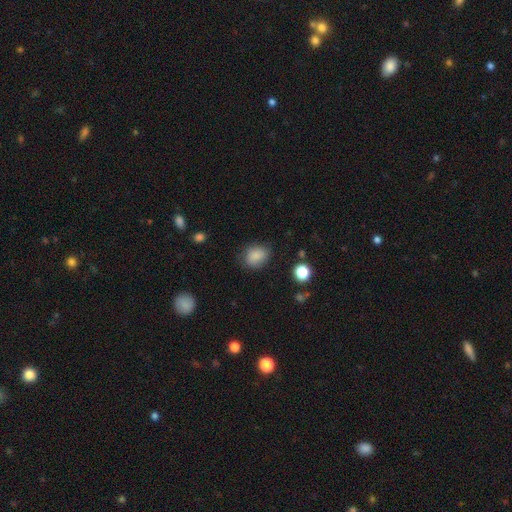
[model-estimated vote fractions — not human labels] Morphology: type=smooth (85%); roundness=in between (52%); merging=none (74%).